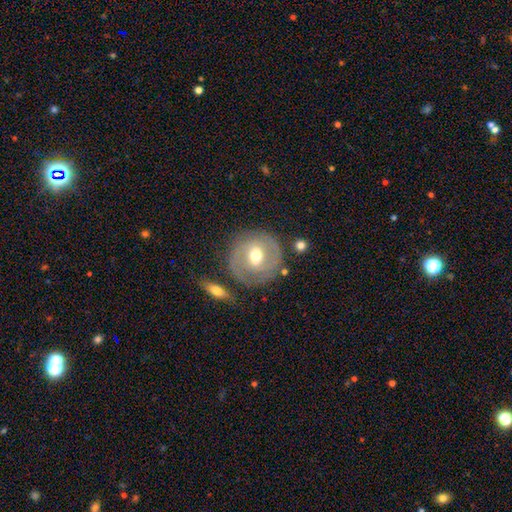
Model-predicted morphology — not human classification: Smooth or featured? featured or disk (63%)
Edge-on disk? no (95%)
Bar? weak (50%)
Spiral arms? yes (73%)
Bulge size? moderate (73%)
Merging? none (75%)